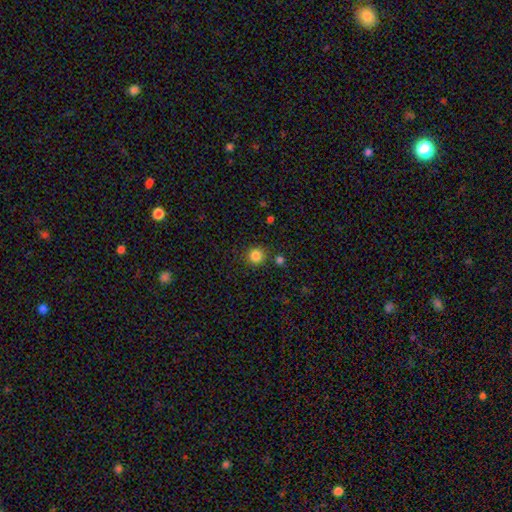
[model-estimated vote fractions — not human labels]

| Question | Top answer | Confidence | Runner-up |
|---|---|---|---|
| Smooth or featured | smooth | 84% | star or artifact (12%) |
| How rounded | round | 92% | in between (7%) |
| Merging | none | 86% | minor disturbance (7%) |